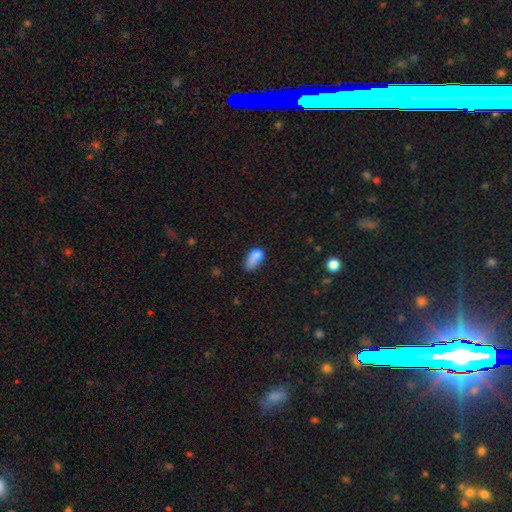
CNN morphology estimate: Q: Smooth or featured?
A: smooth (76%); runner-up: featured or disk (14%)
Q: How rounded?
A: in between (86%); runner-up: round (10%)
Q: Merging?
A: minor disturbance (35%); runner-up: none (28%)